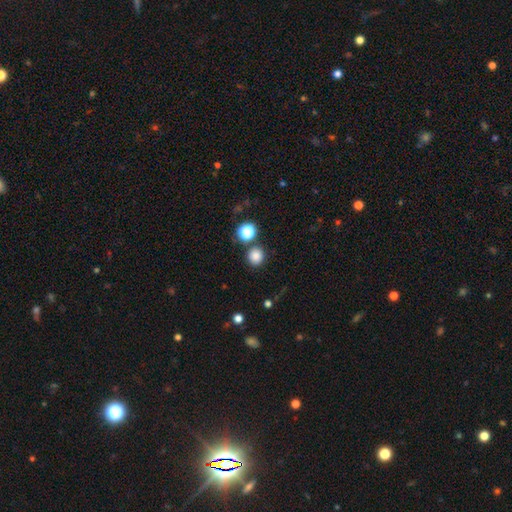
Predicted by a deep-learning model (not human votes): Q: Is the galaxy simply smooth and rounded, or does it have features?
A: smooth — 82%.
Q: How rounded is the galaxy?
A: round — 90%.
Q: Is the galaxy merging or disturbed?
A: none — 81%.